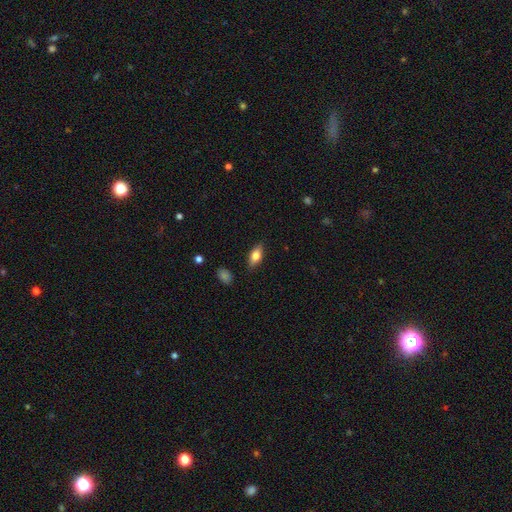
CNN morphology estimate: smooth-or-featured: smooth: 67% | featured or disk: 26% | star or artifact: 7%
  how-rounded: in between: 80% | cigar-shaped: 16% | round: 4%
  merging: none: 85% | minor disturbance: 11% | major disturbance: 3% | merger: 1%